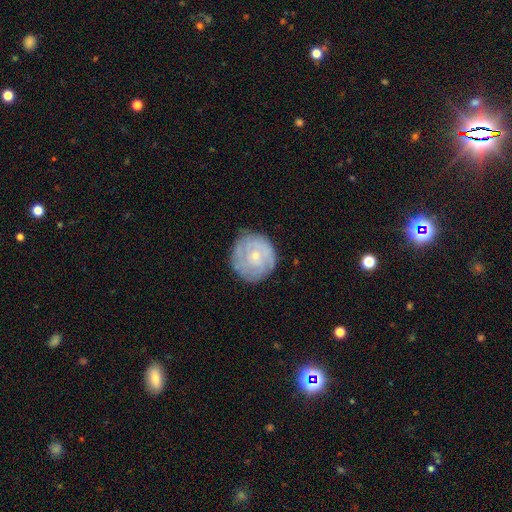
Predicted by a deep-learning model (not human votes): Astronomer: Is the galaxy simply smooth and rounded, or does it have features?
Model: featured or disk — 61%.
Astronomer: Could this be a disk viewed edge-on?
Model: no — 97%.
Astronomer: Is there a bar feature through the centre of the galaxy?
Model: no — 82%.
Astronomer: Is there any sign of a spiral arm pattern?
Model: yes — 73%.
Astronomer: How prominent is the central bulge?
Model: small — 73%.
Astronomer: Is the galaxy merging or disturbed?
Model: none — 79%.